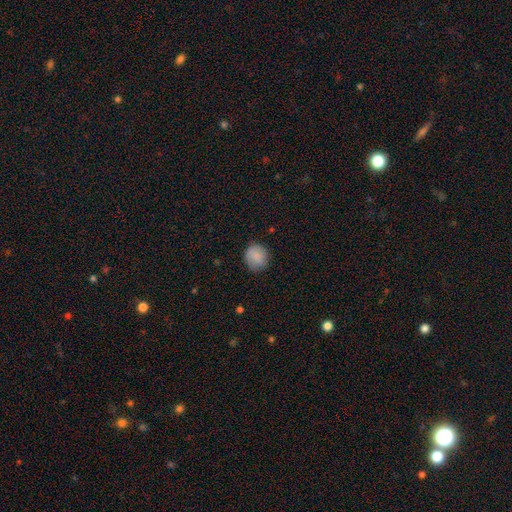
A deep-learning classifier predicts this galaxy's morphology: A smooth galaxy with no disk features (85%) that is round (82%). Merging: none (79%).